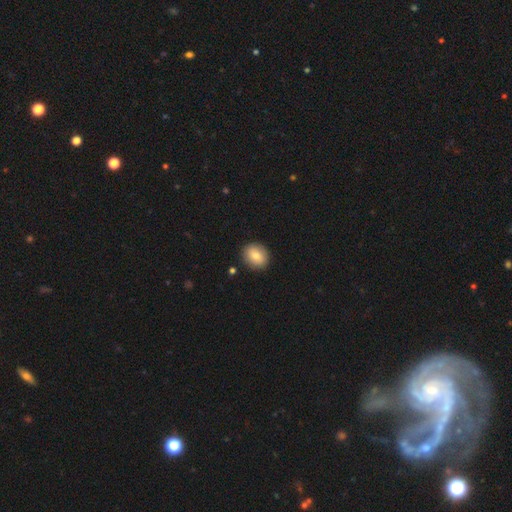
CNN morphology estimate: smooth-or-featured: smooth: 80% | featured or disk: 12% | star or artifact: 8%
  how-rounded: round: 66% | in between: 33% | cigar-shaped: 1%
  merging: none: 89% | minor disturbance: 7% | major disturbance: 2% | merger: 1%